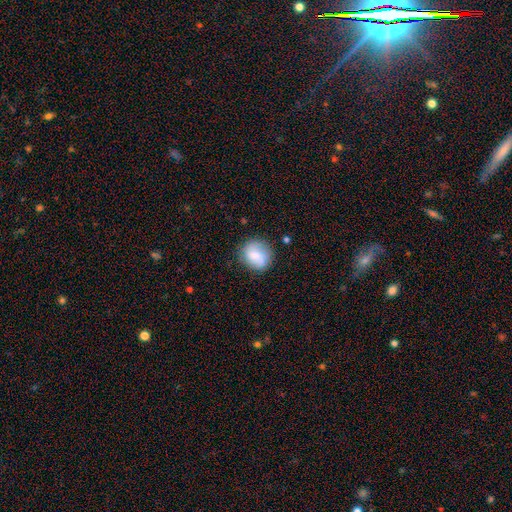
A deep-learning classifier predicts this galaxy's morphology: A smooth galaxy with no disk features (70%) that is round (79%).

Vote fractions:
- Smooth or featured? smooth: 70% / featured or disk: 22% / star or artifact: 8%
- How rounded? round: 79% / in between: 20% / cigar-shaped: 1%
- Merging? none: 74% / minor disturbance: 18% / major disturbance: 6% / merger: 2%